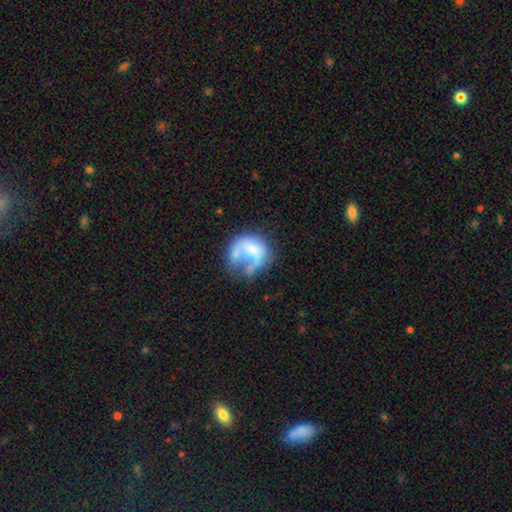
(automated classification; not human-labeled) Morphology: type=featured or disk (47%); merging=major disturbance (36%).